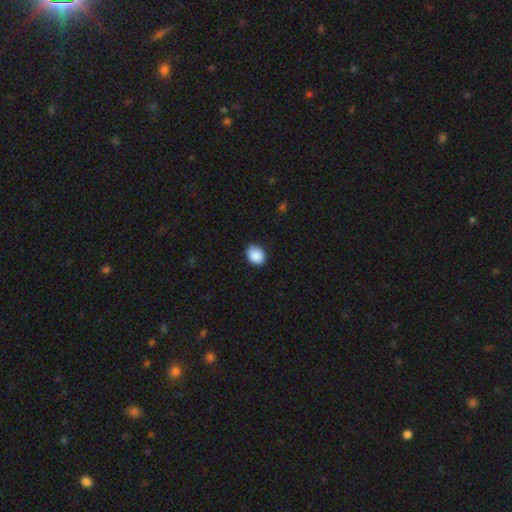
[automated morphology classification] Smooth or featured: smooth — 89% (star or artifact — 7%)
How rounded: in between — 60% (round — 39%)
Merging: none — 84% (minor disturbance — 13%)